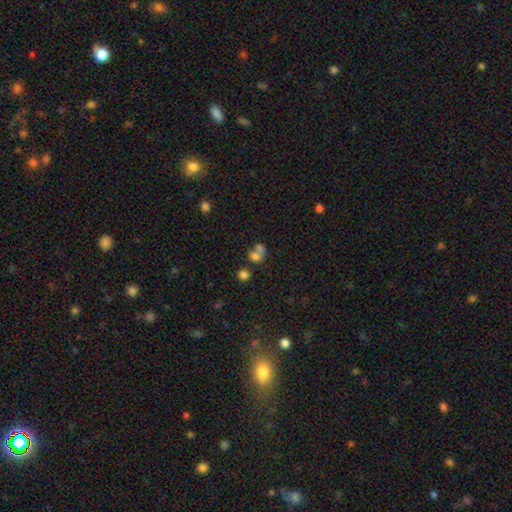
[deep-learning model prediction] Smooth or featured? Predicted: smooth (p=0.69). How rounded? Predicted: round (p=0.67). Merging? Predicted: merger (p=0.55).